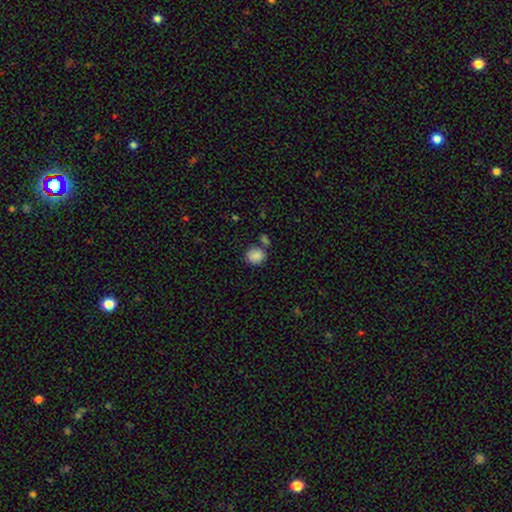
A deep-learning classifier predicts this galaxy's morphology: A smooth galaxy with no disk features (87%) that is round (70%). Merging: none (69%).